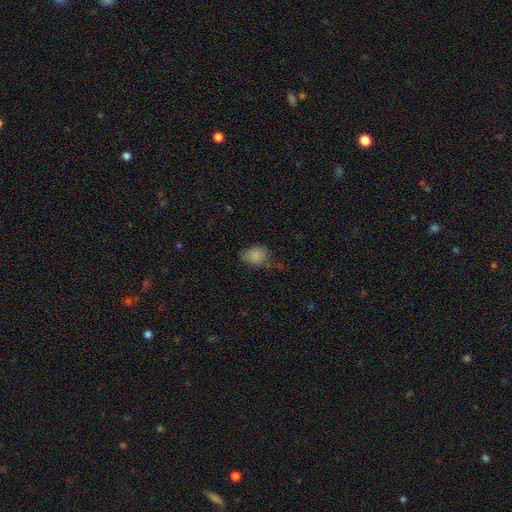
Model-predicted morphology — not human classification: Smooth or featured? smooth (83%)
How rounded? in between (55%)
Merging? none (57%)